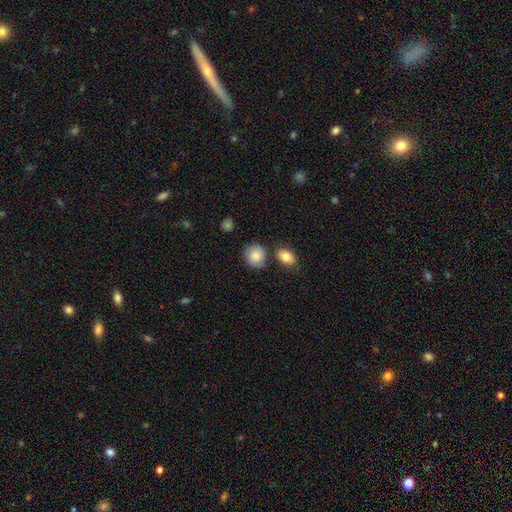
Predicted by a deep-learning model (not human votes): Smooth or featured: smooth — 76% (featured or disk — 16%)
How rounded: round — 73% (in between — 25%)
Merging: none — 67% (minor disturbance — 19%)